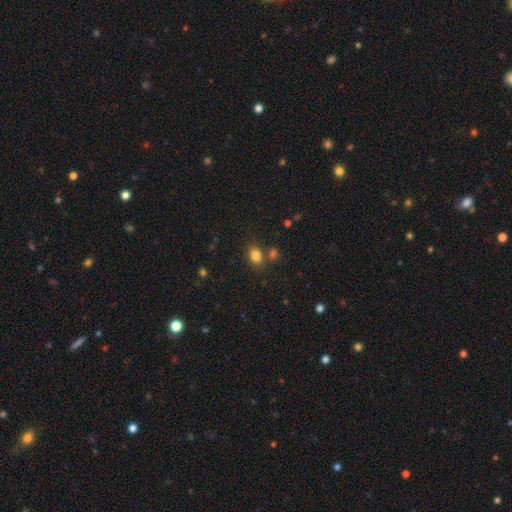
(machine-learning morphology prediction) Overall: smooth (82%). How rounded: in between (71%). Merging: none (68%).